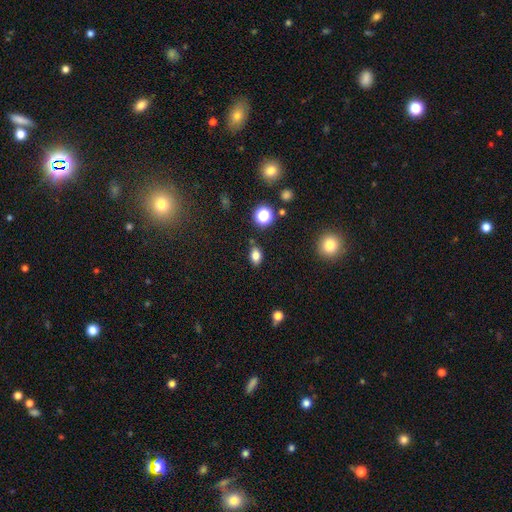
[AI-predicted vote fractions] The model was most divided on "how rounded": in between: 80%, round: 18%, cigar-shaped: 2%. More confident: smooth or featured — smooth (80%); merging — none (79%).